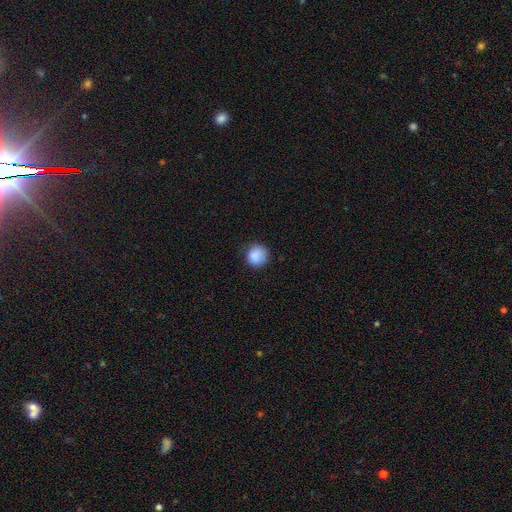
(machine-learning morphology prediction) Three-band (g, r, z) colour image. It shows a smooth galaxy with no disk features (87%) that is round (91%). Merging: none (80%).